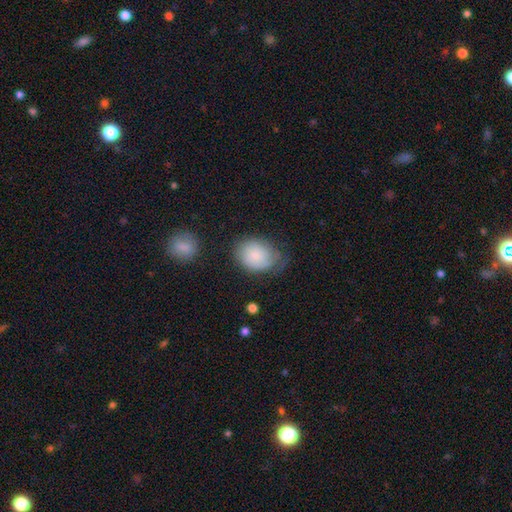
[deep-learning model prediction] Morphology: type=smooth (68%); roundness=in between (54%); merging=none (47%).